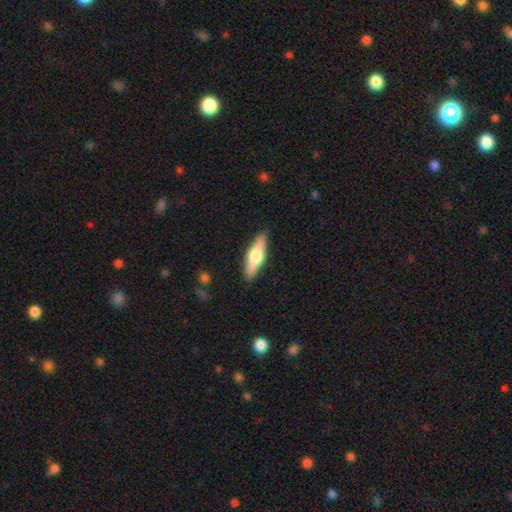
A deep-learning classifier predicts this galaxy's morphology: This is possibly a featured or disk galaxy (48%). Merging: clearly none (89%).